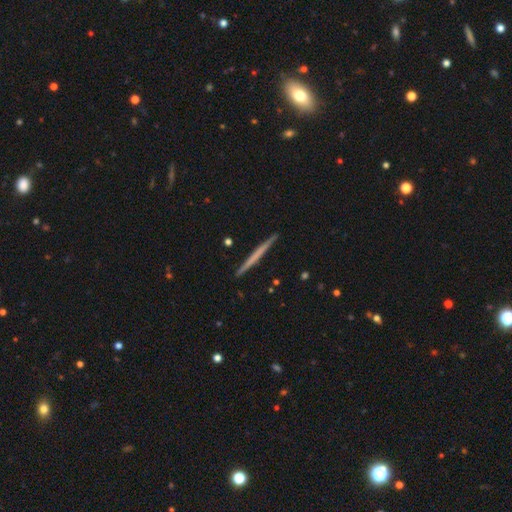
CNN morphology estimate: Smooth or featured? Predicted: featured or disk (p=0.52). Edge-on disk? Predicted: yes (p=0.98). Edge-on bulge? Predicted: none (p=0.89). Merging? Predicted: none (p=0.93).